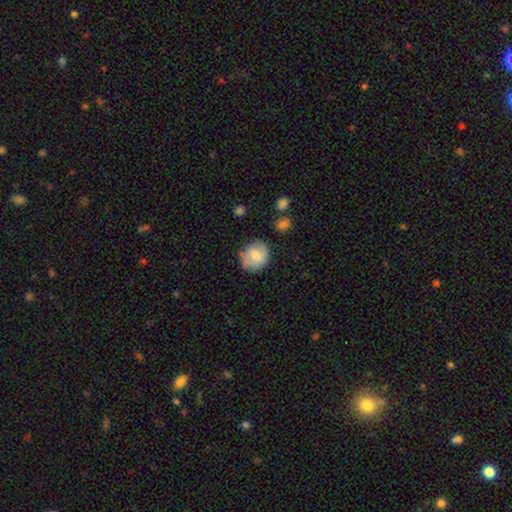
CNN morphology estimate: A smooth galaxy with no disk features (69%) that is round (79%). Merging: none (70%).